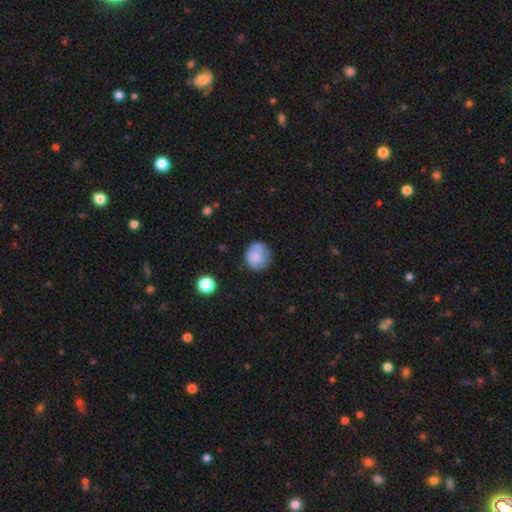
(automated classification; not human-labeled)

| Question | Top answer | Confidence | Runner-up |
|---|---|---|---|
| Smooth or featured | smooth | 78% | featured or disk (13%) |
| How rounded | round | 86% | in between (13%) |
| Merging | none | 66% | minor disturbance (23%) |